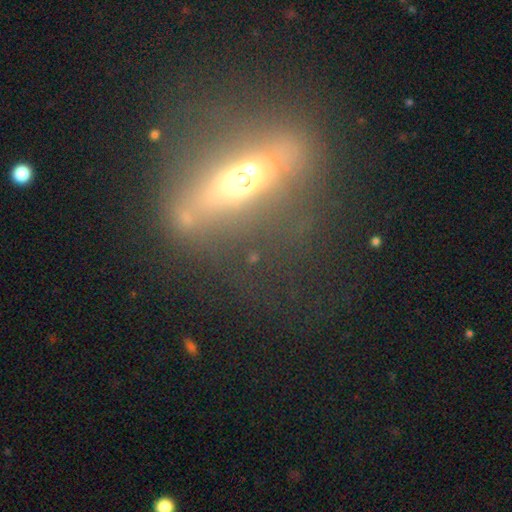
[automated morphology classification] smooth_or_featured: featured or disk (p=0.61) [alt: smooth p=0.27]
disk_edge_on: yes (p=0.69) [alt: no p=0.31]
merging: none (p=0.67) [alt: minor disturbance p=0.16]